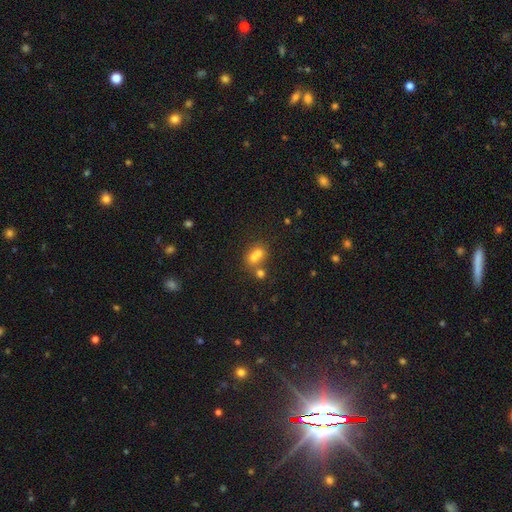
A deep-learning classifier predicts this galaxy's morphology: Overall: smooth (65%). How rounded: round (63%; in between 36%). Merging: merger (63%; none 28%).